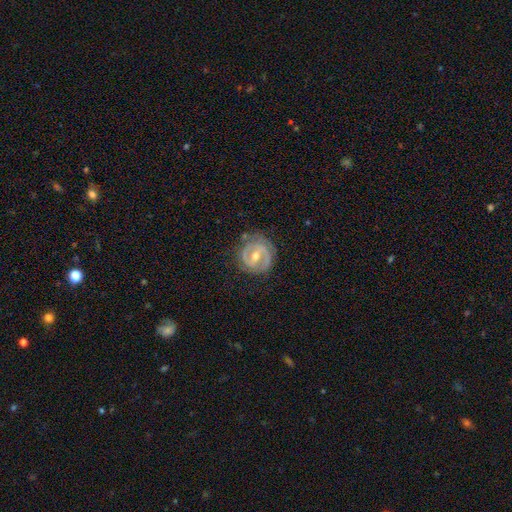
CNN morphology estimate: A featured or disk galaxy (83%) with a weak bar (45%), 2 (75%) tight (61%) spiral arms (86%) and a moderate central bulge (62%).

Vote fractions:
- Smooth or featured? featured or disk: 83% / smooth: 12% / star or artifact: 6%
- Edge-on disk? no: 97% / yes: 3%
- Bar? weak: 45% / strong: 31% / no: 23%
- Spiral arms? yes: 86% / no: 14%
- Spiral winding? tight: 61% / medium: 31% / loose: 8%
- Spiral arm count? 2: 75% / can't tell: 13% / 1: 5% / 3: 4% / 4: 1% / more than 4: 1%
- Bulge size? moderate: 62% / small: 34% / large: 2% / none: 1% / dominant: 1%
- Merging? none: 78% / minor disturbance: 15% / major disturbance: 5% / merger: 1%